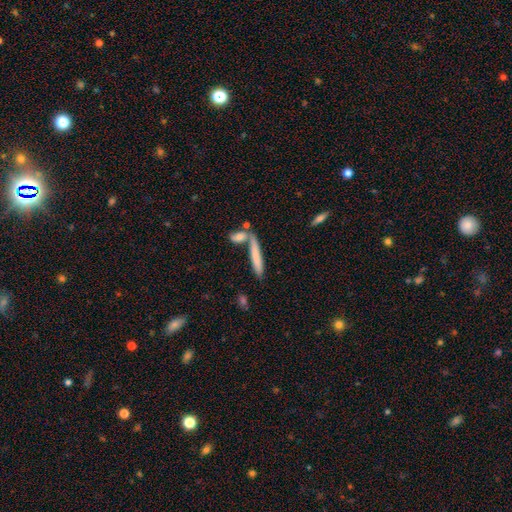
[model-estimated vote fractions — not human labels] Smooth or featured?
  - smooth: 71% *
  - featured or disk: 23%
  - star or artifact: 7%
How rounded?
  - cigar-shaped: 90% *
  - in between: 9%
  - round: 2%
Merging?
  - none: 60% *
  - merger: 25%
  - minor disturbance: 11%
  - major disturbance: 4%